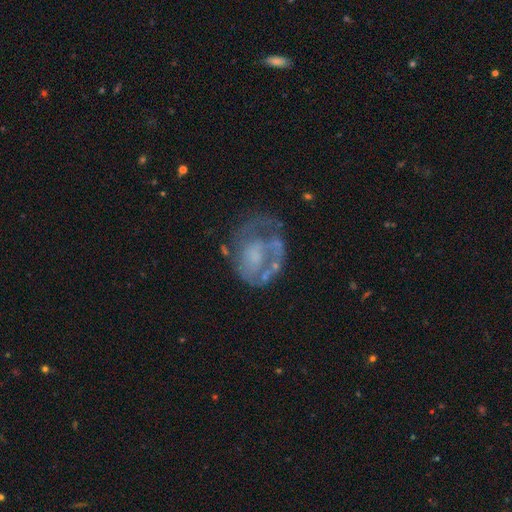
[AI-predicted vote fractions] Smooth or featured? Predicted: featured or disk (p=0.69). Edge-on disk? Predicted: no (p=0.98). Bar? Predicted: no (p=0.80). Spiral arms? Predicted: no (p=0.53). Bulge size? Predicted: none (p=0.44). Merging? Predicted: none (p=0.42).